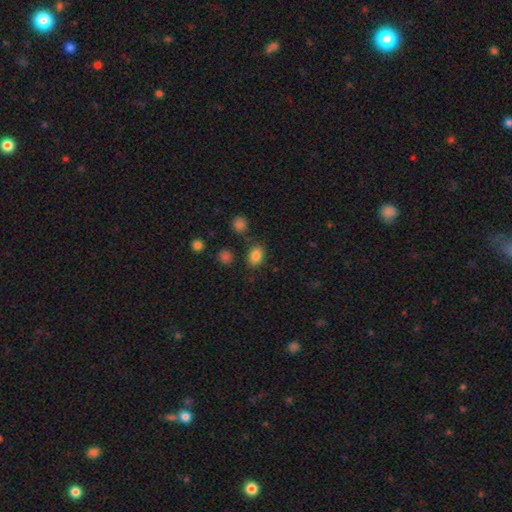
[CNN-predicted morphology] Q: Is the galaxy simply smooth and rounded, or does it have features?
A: smooth — 83%.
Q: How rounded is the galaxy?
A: in between — 67%.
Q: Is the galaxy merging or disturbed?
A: none — 78%.